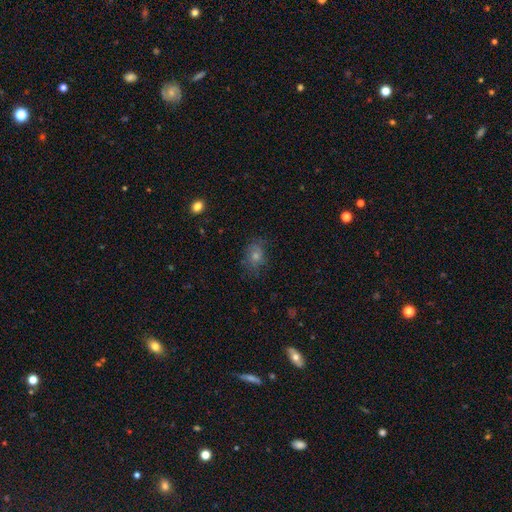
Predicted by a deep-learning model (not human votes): Smooth or featured? smooth (53%)
How rounded? in between (57%)
Merging? none (76%)